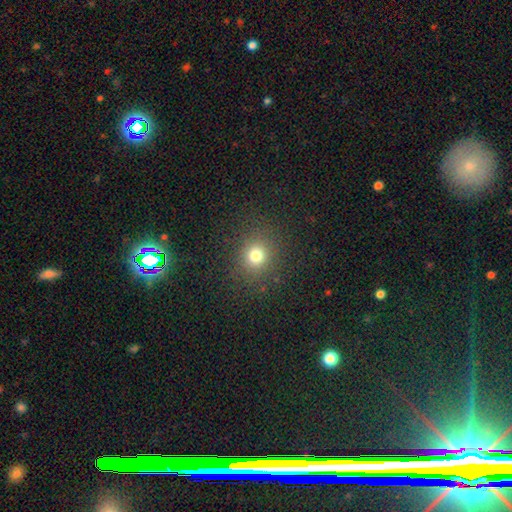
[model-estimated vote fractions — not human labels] Q: Smooth or featured?
A: smooth (75%); runner-up: star or artifact (19%)
Q: How rounded?
A: round (84%); runner-up: in between (15%)
Q: Merging?
A: none (88%); runner-up: minor disturbance (7%)